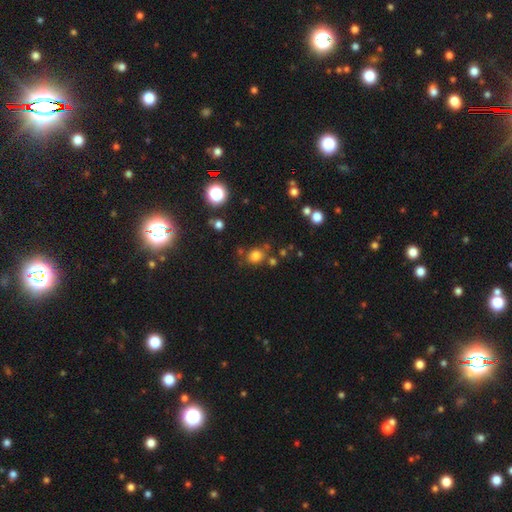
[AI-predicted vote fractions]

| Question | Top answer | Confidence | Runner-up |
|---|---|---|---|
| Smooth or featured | smooth | 77% | star or artifact (16%) |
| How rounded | round | 70% | in between (29%) |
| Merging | none | 72% | minor disturbance (13%) |